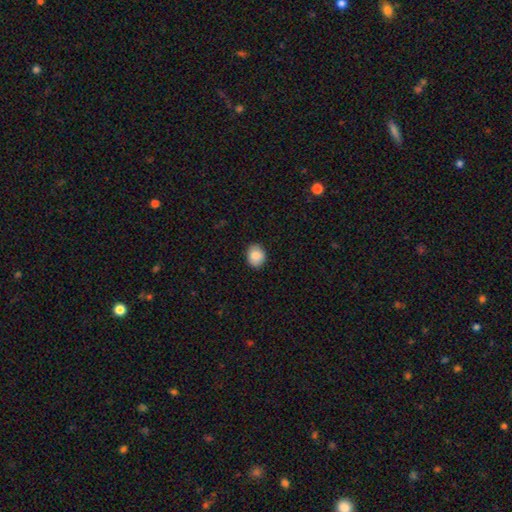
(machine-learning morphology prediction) The model was most divided on "how rounded": round: 52%, in between: 47%, cigar-shaped: 1%. More confident: merging — none (89%); smooth or featured — smooth (87%).